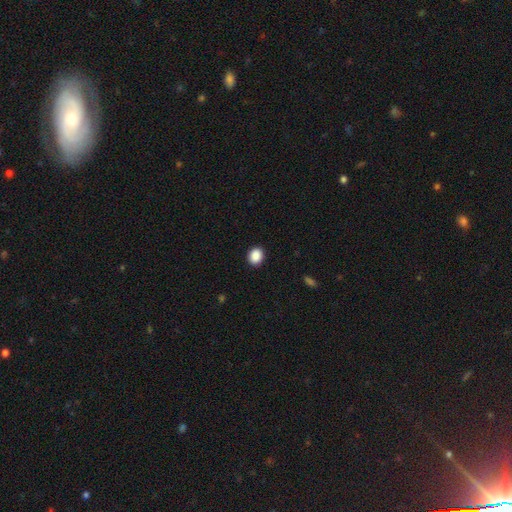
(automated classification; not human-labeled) Smooth or featured: smooth — 89% (star or artifact — 8%)
How rounded: round — 60% (in between — 39%)
Merging: none — 90% (minor disturbance — 7%)